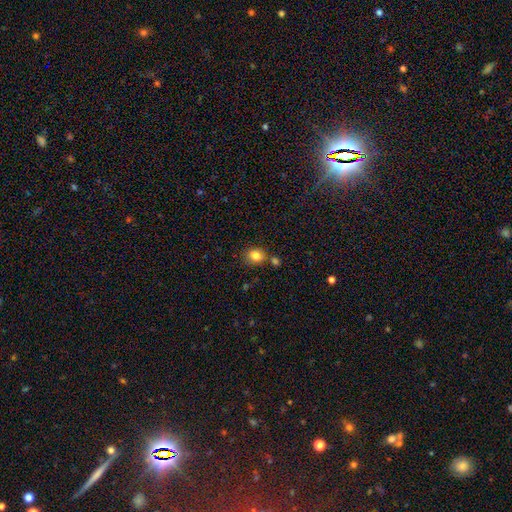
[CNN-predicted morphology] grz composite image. It shows a smooth galaxy with no disk features (84%) that is round (58%). Merging: none (70%).